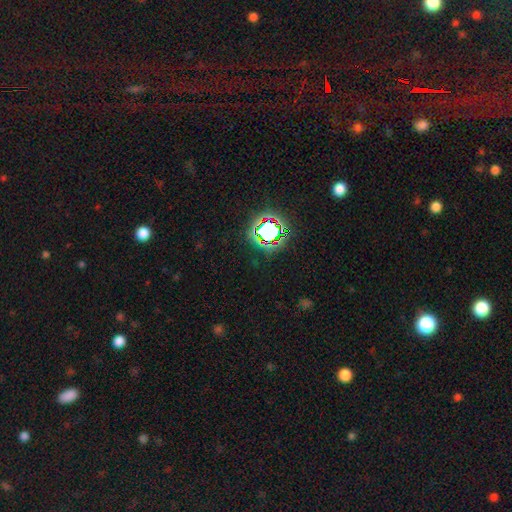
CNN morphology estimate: Smooth or featured?
  - star or artifact: 77% *
  - smooth: 15%
  - featured or disk: 8%